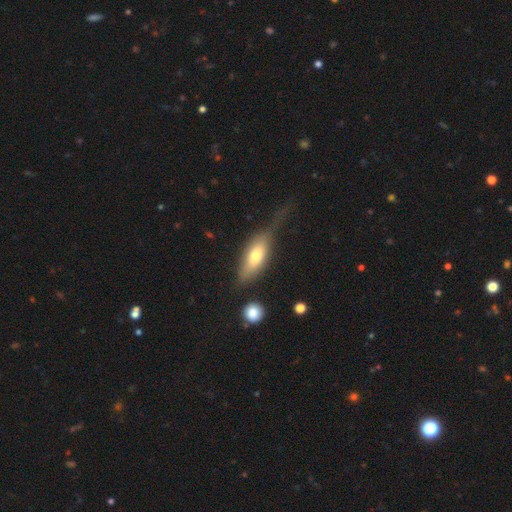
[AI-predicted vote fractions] A smooth galaxy with no disk features (60%) that is in between round and cigar-shaped (67%). Merging: none (39%).